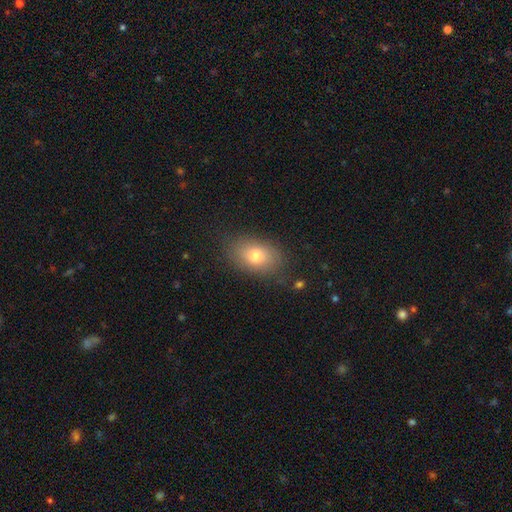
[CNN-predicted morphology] Q: Smooth or featured?
A: smooth (76%); runner-up: featured or disk (14%)
Q: How rounded?
A: in between (82%); runner-up: round (16%)
Q: Merging?
A: none (79%); runner-up: minor disturbance (14%)